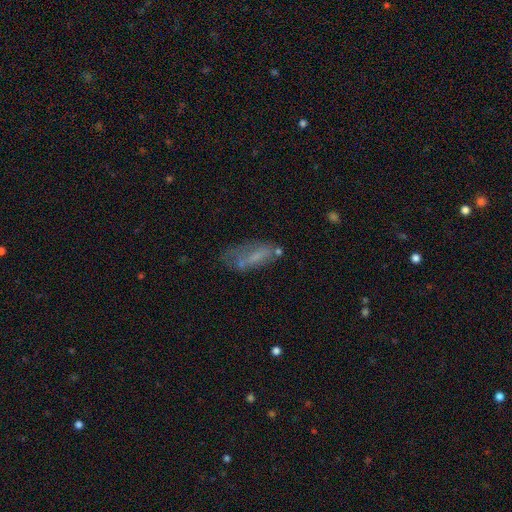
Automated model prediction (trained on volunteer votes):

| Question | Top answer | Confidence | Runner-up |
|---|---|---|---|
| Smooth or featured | smooth | 56% | featured or disk (33%) |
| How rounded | in between | 63% | cigar-shaped (34%) |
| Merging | none | 43% | minor disturbance (27%) |